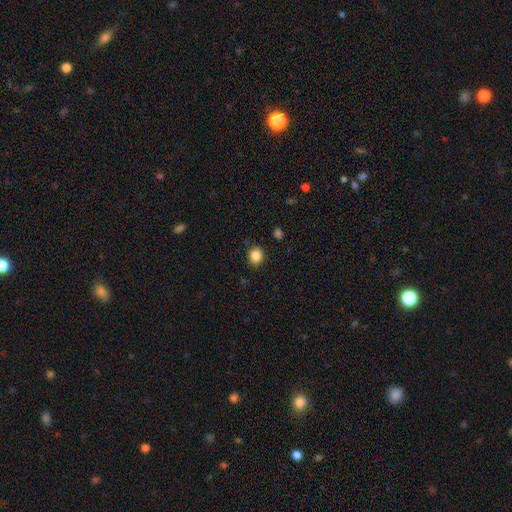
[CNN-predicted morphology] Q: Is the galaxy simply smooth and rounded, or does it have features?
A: smooth — 85%.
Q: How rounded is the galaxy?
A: round — 78%.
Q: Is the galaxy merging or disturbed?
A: none — 89%.